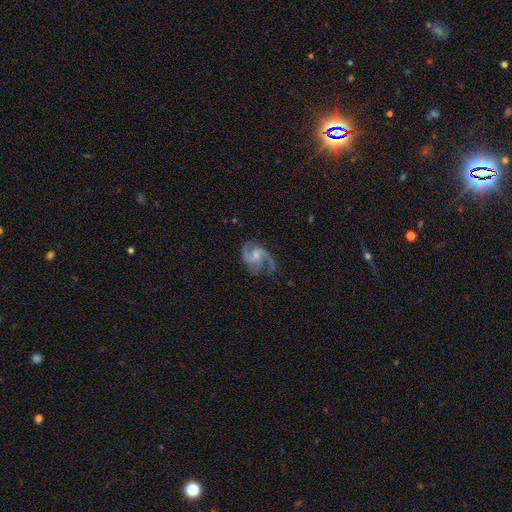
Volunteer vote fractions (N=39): Smooth or featured?
  - featured or disk: 92% *
  - smooth: 5%
  - star or artifact: 3%
Edge-on disk?
  - no: 100% *
  - yes: 0%
Bar?
  - no: 67% *
  - weak: 25%
  - strong: 8%
Spiral arms?
  - yes: 100% *
  - no: 0%
Spiral winding?
  - medium: 58% *
  - tight: 22%
  - loose: 19%
Spiral arm count?
  - 2: 53% *
  - 3: 36%
  - can't tell: 8%
  - 4: 3%
  - 1: 0%
  - more than 4: 0%
Bulge size?
  - moderate: 42% * (tied)
  - small: 42% * (tied)
  - none: 11%
  - dominant: 3%
  - large: 3%
Merging?
  - none: 55% *
  - minor disturbance: 24%
  - major disturbance: 21%
  - merger: 0%